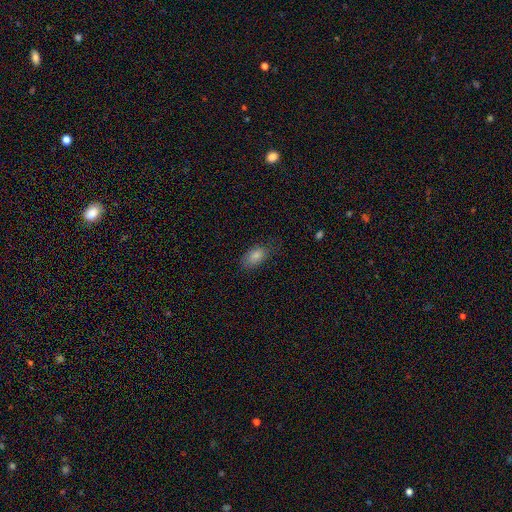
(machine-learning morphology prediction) A smooth galaxy with no disk features (84%) that is in between round and cigar-shaped (91%).

Vote fractions:
- Smooth or featured? smooth: 84% / star or artifact: 8% / featured or disk: 8%
- How rounded? in between: 91% / round: 5% / cigar-shaped: 3%
- Merging? none: 71% / minor disturbance: 21% / major disturbance: 6% / merger: 1%